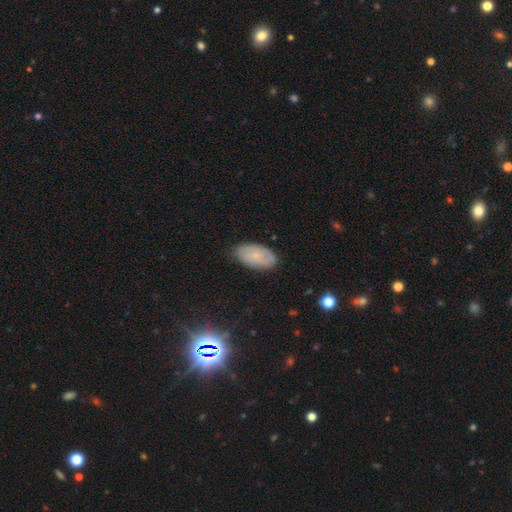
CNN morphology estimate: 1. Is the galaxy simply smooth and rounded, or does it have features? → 59% smooth, 31% featured or disk, 10% star or artifact.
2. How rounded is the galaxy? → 94% in between, 4% round, 2% cigar-shaped.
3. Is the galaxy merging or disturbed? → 77% none, 18% minor disturbance, 4% major disturbance, 1% merger.